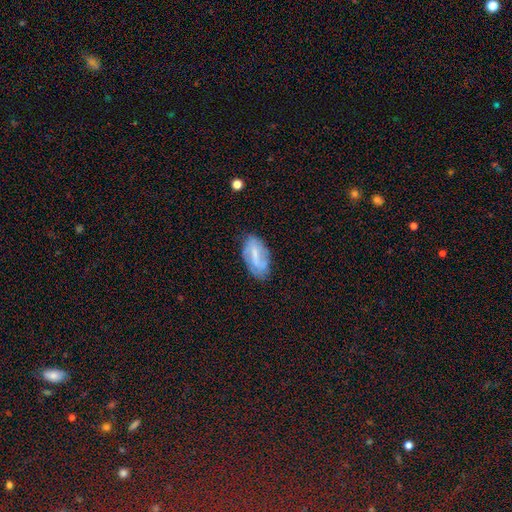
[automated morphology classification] Q: Smooth or featured?
A: featured or disk (56%); runner-up: smooth (36%)
Q: Edge-on disk?
A: no (93%); runner-up: yes (7%)
Q: Bar?
A: weak (46%); runner-up: strong (34%)
Q: Spiral arms?
A: yes (75%); runner-up: no (25%)
Q: Bulge size?
A: small (44%); runner-up: none (29%)
Q: Merging?
A: none (71%); runner-up: minor disturbance (20%)